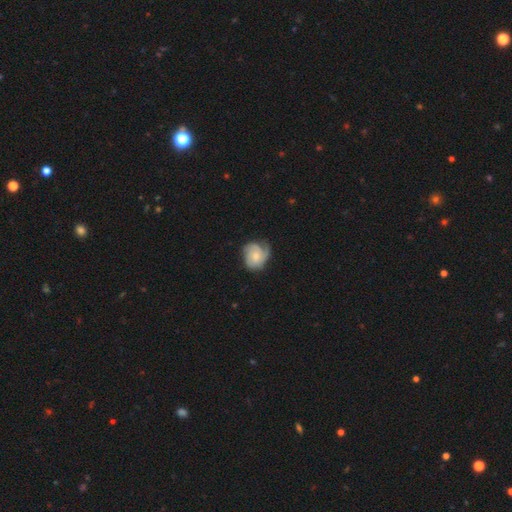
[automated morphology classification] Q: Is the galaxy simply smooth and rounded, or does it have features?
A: featured or disk — 57%.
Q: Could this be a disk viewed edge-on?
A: no — 98%.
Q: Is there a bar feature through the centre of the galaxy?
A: no — 76%.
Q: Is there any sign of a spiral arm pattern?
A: yes — 89%.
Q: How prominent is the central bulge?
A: small — 45%.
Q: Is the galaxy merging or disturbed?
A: none — 57%.